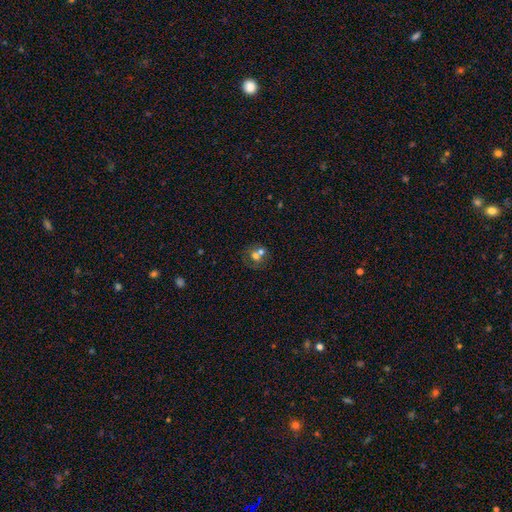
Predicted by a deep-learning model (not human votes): Smooth or featured: smooth — 53% (featured or disk — 31%)
How rounded: round — 75% (in between — 24%)
Merging: merger — 52% (none — 34%)